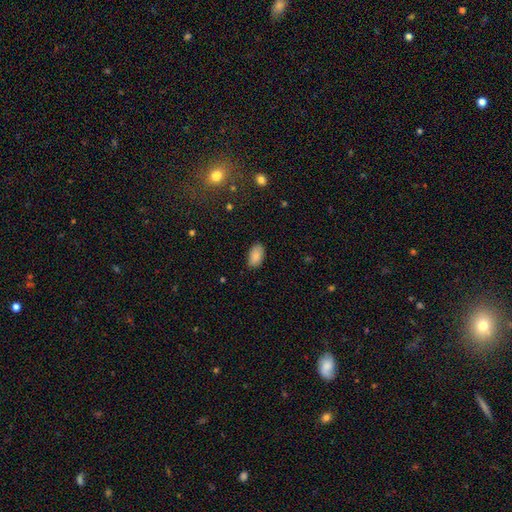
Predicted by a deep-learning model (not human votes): smooth-or-featured: smooth: 85% | featured or disk: 8% | star or artifact: 8%
  how-rounded: in between: 94% | round: 5% | cigar-shaped: 2%
  merging: none: 80% | minor disturbance: 16% | major disturbance: 3% | merger: 1%